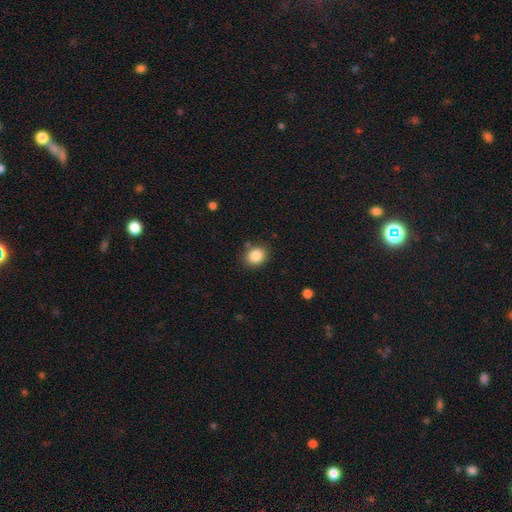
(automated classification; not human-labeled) A smooth galaxy with no disk features (85%) that is round (57%). Merging: none (83%).